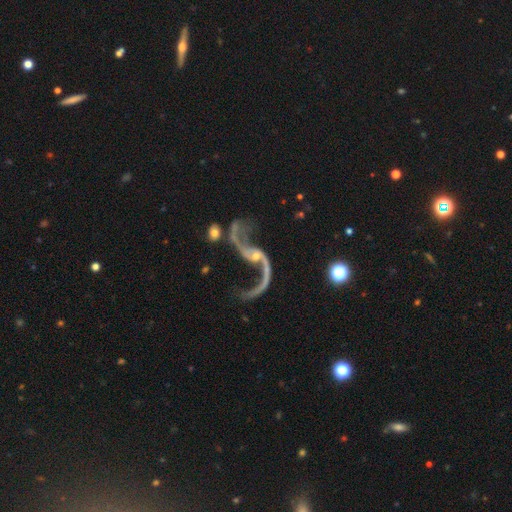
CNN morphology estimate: This appears to be a featured or disk galaxy (92%) with no bar (53%), 2 (94%) loose (92%) spiral arms (97%) and a small central bulge (69%). Merging: none (56%).